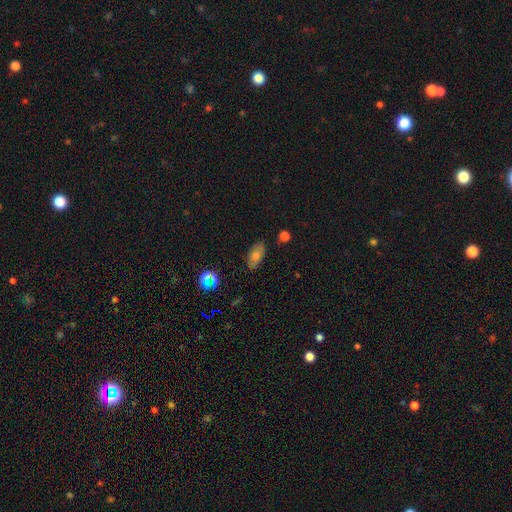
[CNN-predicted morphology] Smooth or featured? Predicted: smooth (p=0.68). How rounded? Predicted: in between (p=0.90). Merging? Predicted: none (p=0.83).